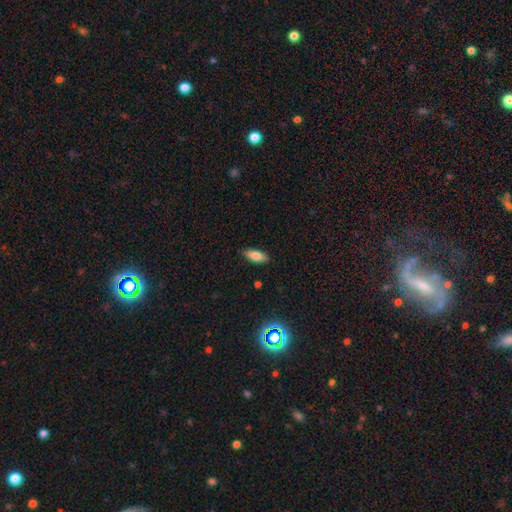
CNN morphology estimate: Smooth or featured? smooth (77%)
How rounded? in between (78%)
Merging? none (87%)